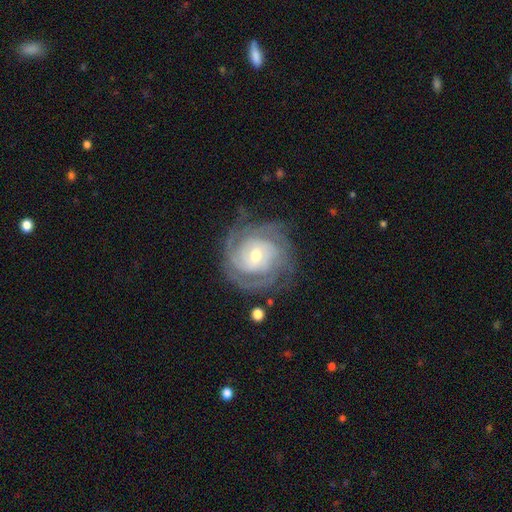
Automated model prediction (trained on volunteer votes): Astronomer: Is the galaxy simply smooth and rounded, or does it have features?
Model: featured or disk — 88%.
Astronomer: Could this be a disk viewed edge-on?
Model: no — 98%.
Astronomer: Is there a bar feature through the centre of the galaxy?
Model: no — 49% (runner-up: weak, 40%).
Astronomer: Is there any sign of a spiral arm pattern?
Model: yes — 97%.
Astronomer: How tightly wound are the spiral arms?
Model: tight — 74%.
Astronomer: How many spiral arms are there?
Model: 3 — 28% (runner-up: can't tell, 24%).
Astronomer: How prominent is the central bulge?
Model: moderate — 55% (runner-up: small, 40%).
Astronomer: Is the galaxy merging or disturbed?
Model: none — 76%.